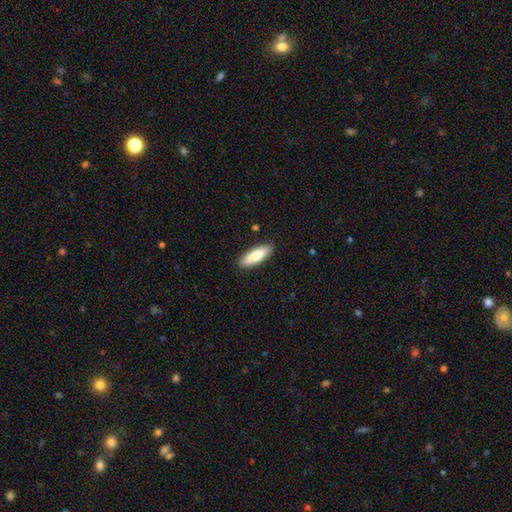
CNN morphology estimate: Overall: smooth (74%). How rounded: in between (58%; cigar-shaped 40%). Merging: none (89%).